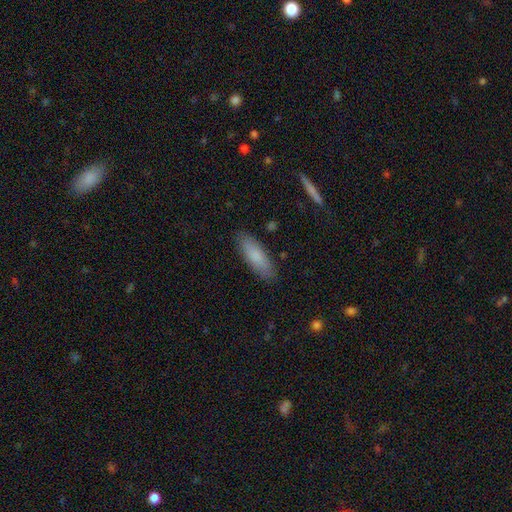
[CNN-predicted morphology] Q: Smooth or featured?
A: smooth (82%); runner-up: featured or disk (12%)
Q: How rounded?
A: in between (54%); runner-up: cigar-shaped (45%)
Q: Merging?
A: none (86%); runner-up: minor disturbance (10%)